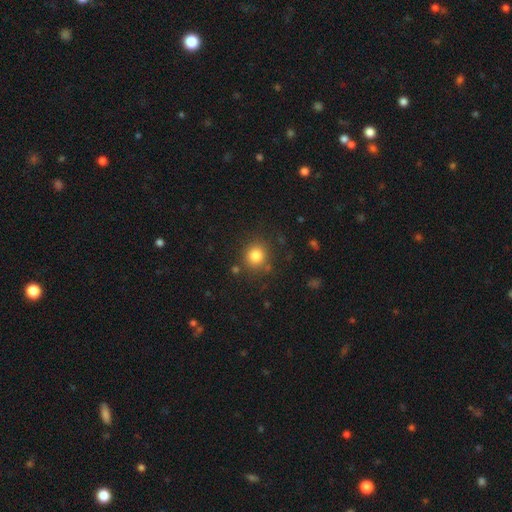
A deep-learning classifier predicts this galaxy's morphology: A smooth galaxy with no disk features (82%) that is round (89%). Merging: none (84%).